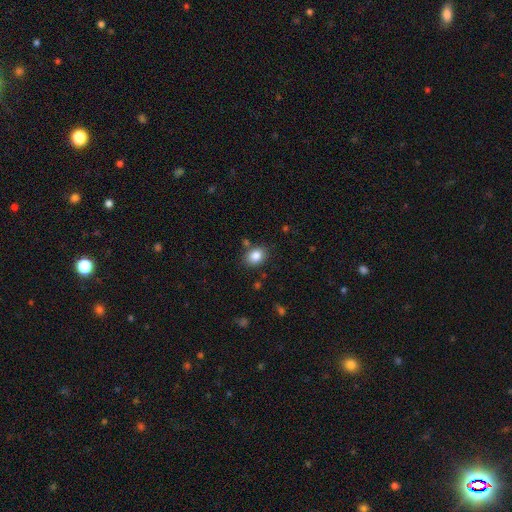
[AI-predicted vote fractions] Smooth or featured?
  - smooth: 85% *
  - star or artifact: 9%
  - featured or disk: 6%
How rounded?
  - in between: 55% *
  - round: 44%
  - cigar-shaped: 1%
Merging?
  - none: 80% *
  - minor disturbance: 12%
  - merger: 5%
  - major disturbance: 3%